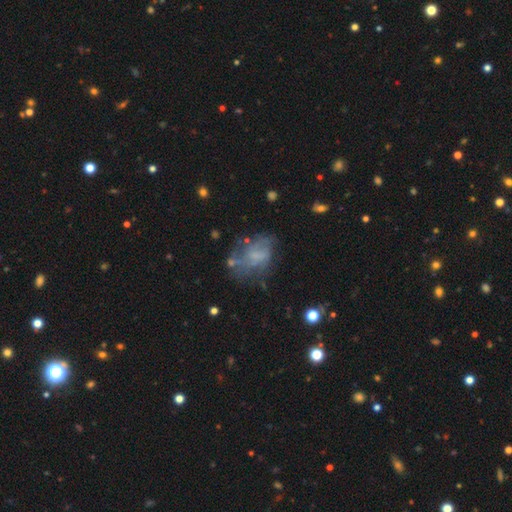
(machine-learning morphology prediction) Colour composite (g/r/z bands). It shows a featured or disk galaxy (55%) with no bar (67%), no spiral arms (51%) and no central bulge (57%). Merging: none (42%).